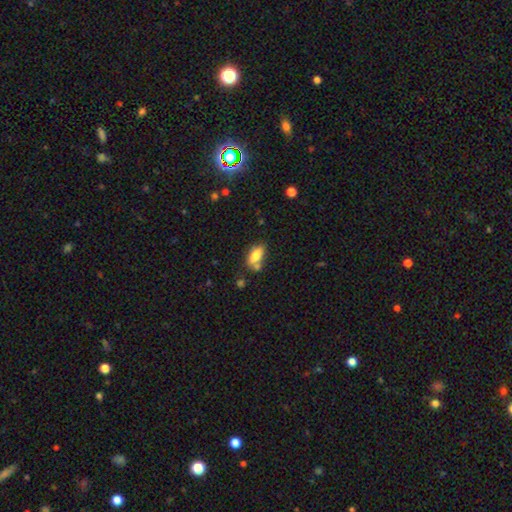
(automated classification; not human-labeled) This is likely a smooth galaxy (72%). How rounded: likely in between (79%). Merging: possibly none (53%).